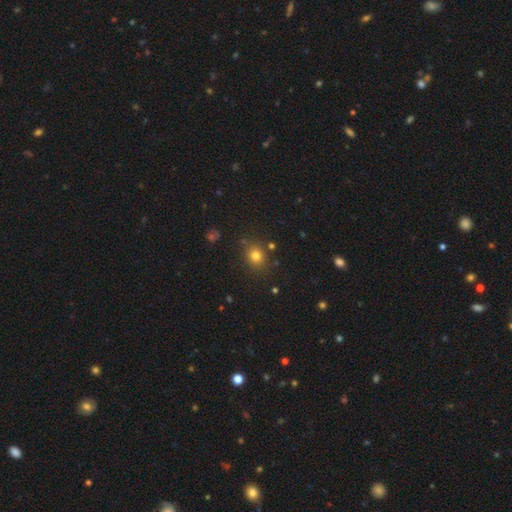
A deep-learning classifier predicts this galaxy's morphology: type=smooth (77%); roundness=round (74%); merging=none (83%).